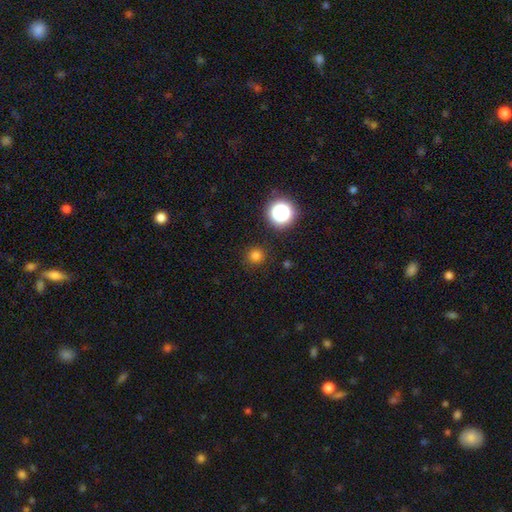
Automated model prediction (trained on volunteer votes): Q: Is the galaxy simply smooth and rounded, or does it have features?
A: smooth — 76%.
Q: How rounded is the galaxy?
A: round — 93%.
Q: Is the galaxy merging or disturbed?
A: none — 89%.